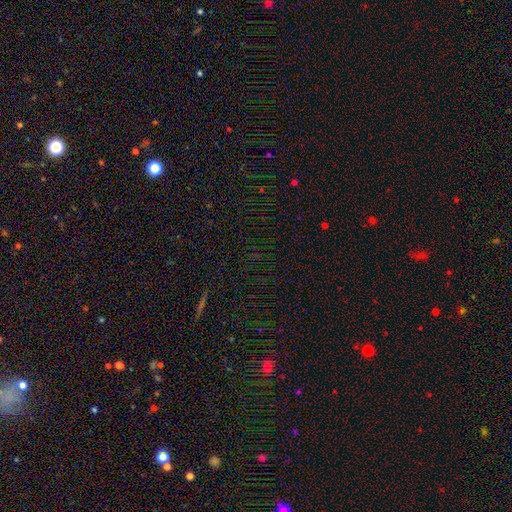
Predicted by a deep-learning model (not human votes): A star or artifact, not a galaxy (72%).

Vote fractions:
- Smooth or featured? star or artifact: 72% / smooth: 20% / featured or disk: 8%